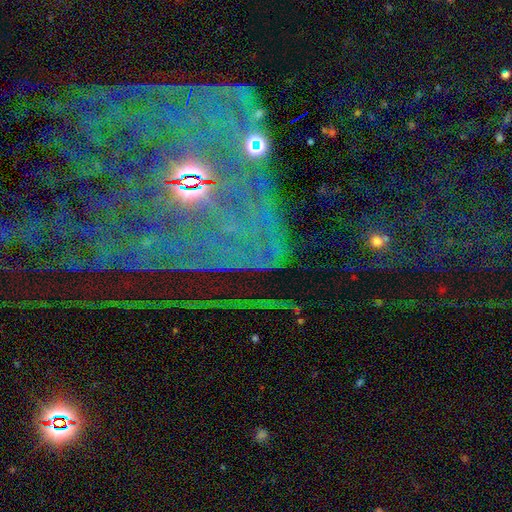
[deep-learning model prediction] star or artifact 75%, featured or disk 14%, smooth 10%.